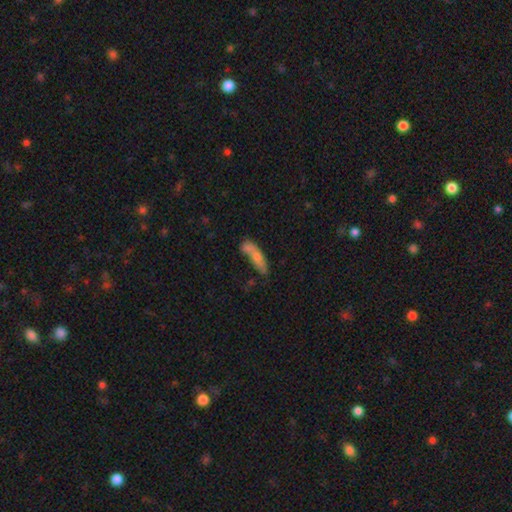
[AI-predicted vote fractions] A smooth galaxy with no disk features (68%) that is cigar-shaped (60%).

Vote fractions:
- Smooth or featured? smooth: 68% / featured or disk: 23% / star or artifact: 8%
- How rounded? cigar-shaped: 60% / in between: 37% / round: 3%
- Merging? none: 42% / merger: 29% / minor disturbance: 20% / major disturbance: 9%